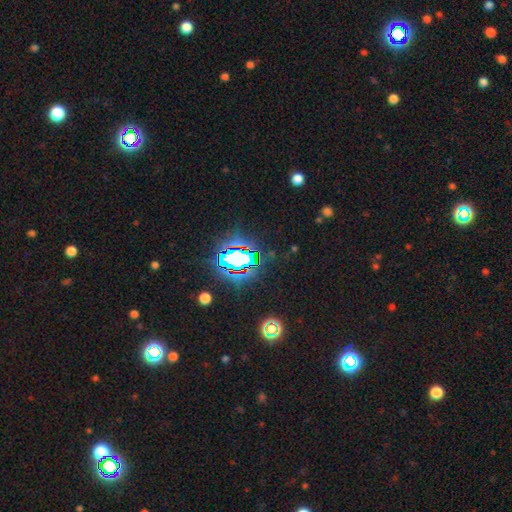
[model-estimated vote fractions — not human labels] Smooth or featured? star or artifact (81%)